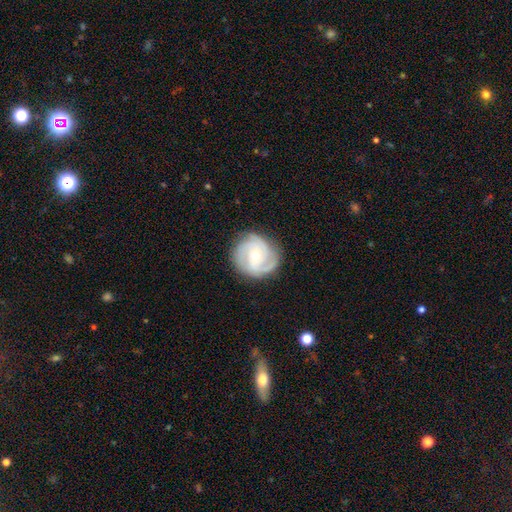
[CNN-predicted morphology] A featured or disk galaxy (81%) with no bar (57%), 3 (52%) tight (51%) spiral arms (95%) and a moderate central bulge (57%). Merging: none (82%).